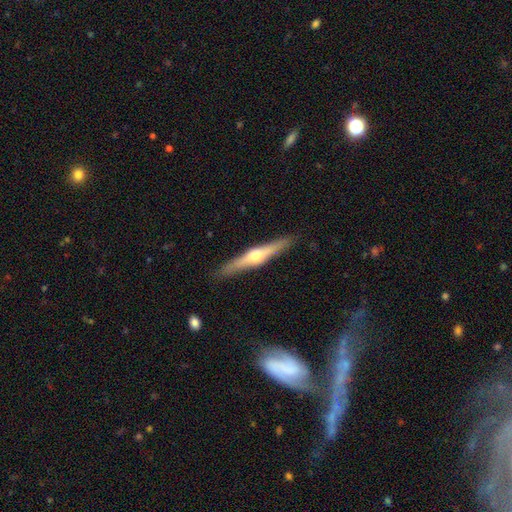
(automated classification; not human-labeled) The model was most divided on "smooth or featured": featured or disk: 70%, smooth: 25%, star or artifact: 5%. More confident: edge-on disk — yes (97%); edge-on bulge — rounded (92%); merging — none (90%).